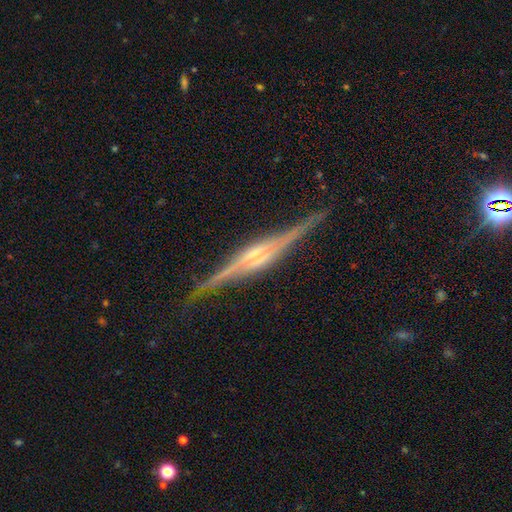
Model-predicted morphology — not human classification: The model was most divided on "edge-on bulge": rounded: 55%, boxy: 37%, none: 8%. More confident: edge-on disk — yes (98%); smooth or featured — featured or disk (89%); merging — none (86%).